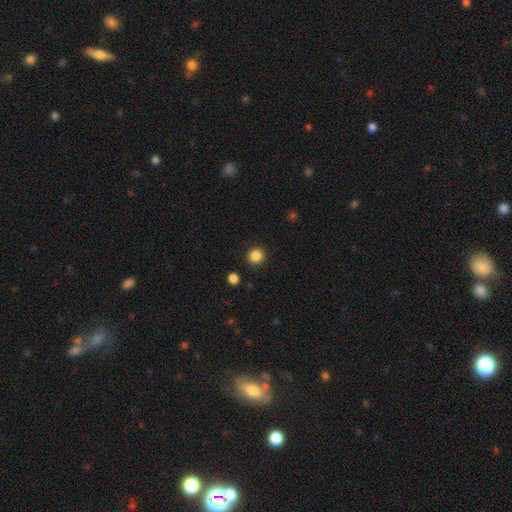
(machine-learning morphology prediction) Smooth or featured: smooth — 86% (star or artifact — 11%)
How rounded: round — 93% (in between — 6%)
Merging: none — 92% (minor disturbance — 5%)